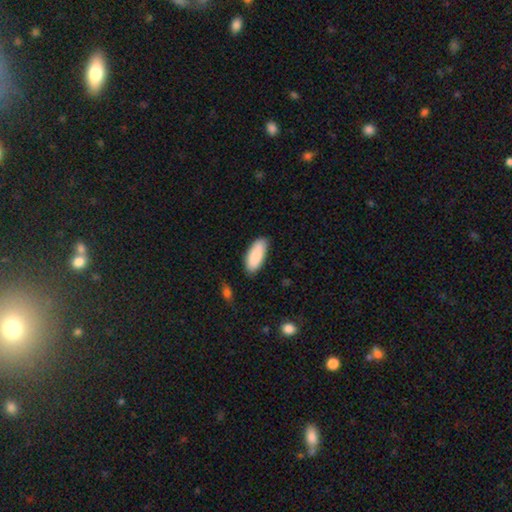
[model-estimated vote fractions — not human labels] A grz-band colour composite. It shows a smooth galaxy with no disk features (89%) that is in between round and cigar-shaped (83%). Merging: none (84%).